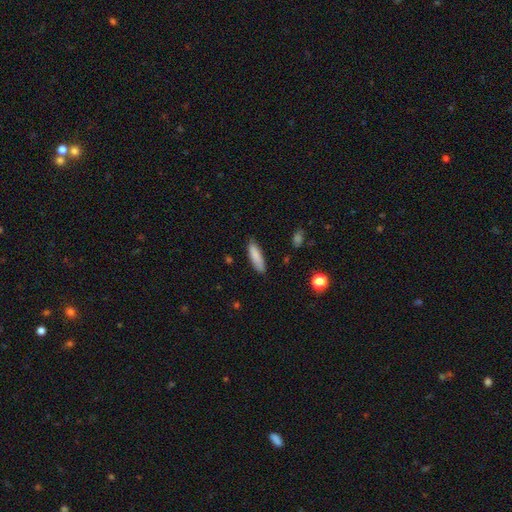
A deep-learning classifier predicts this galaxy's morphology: A smooth galaxy with no disk features (85%) that is cigar-shaped (63%). Merging: none (82%).